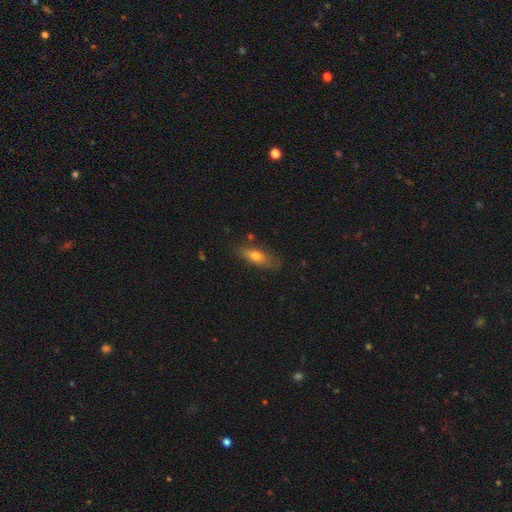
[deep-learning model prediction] Overall: smooth (67%). How rounded: in between (60%; cigar-shaped 36%). Merging: none (75%).